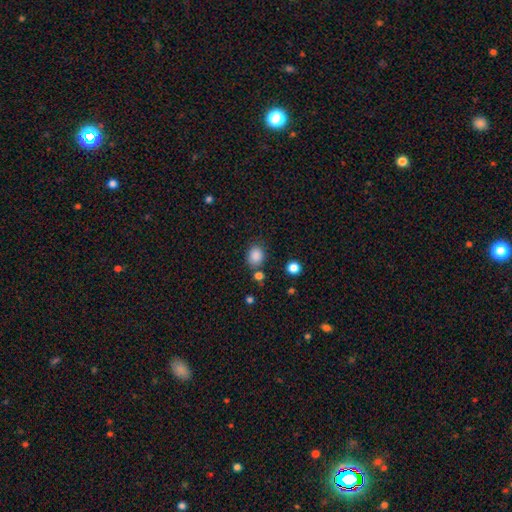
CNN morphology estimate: Smooth or featured? Predicted: smooth (p=0.85). How rounded? Predicted: round (p=0.51). Merging? Predicted: none (p=0.76).